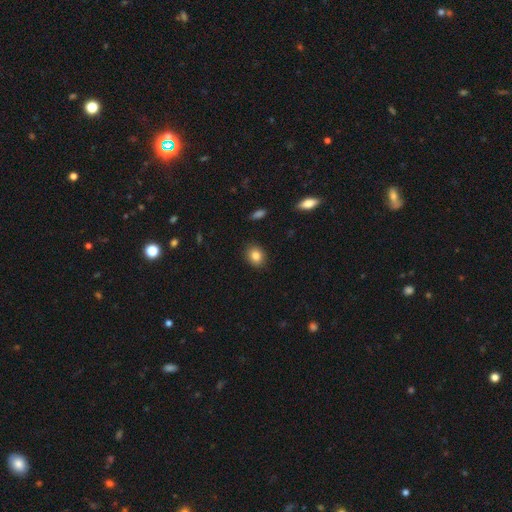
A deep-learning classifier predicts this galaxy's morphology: This appears to be a smooth galaxy with no disk features (85%) that is round (52%). Merging: none (88%).